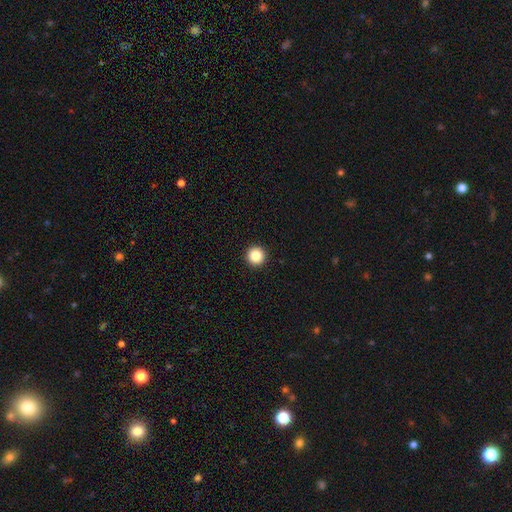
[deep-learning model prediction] Smooth or featured? smooth (85%)
How rounded? round (97%)
Merging? none (94%)